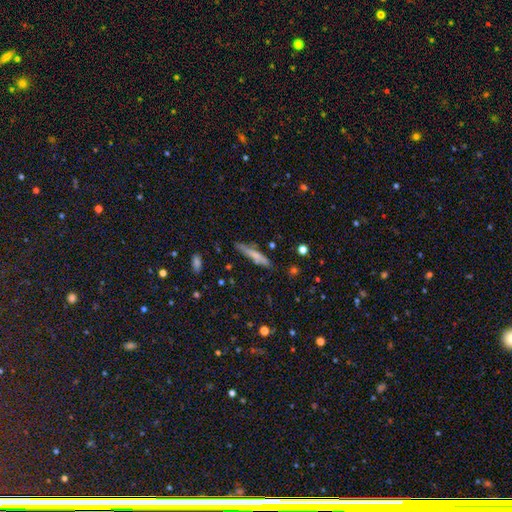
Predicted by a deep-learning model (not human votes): Q: Smooth or featured?
A: smooth (66%); runner-up: featured or disk (27%)
Q: How rounded?
A: cigar-shaped (90%); runner-up: in between (8%)
Q: Merging?
A: none (78%); runner-up: minor disturbance (16%)